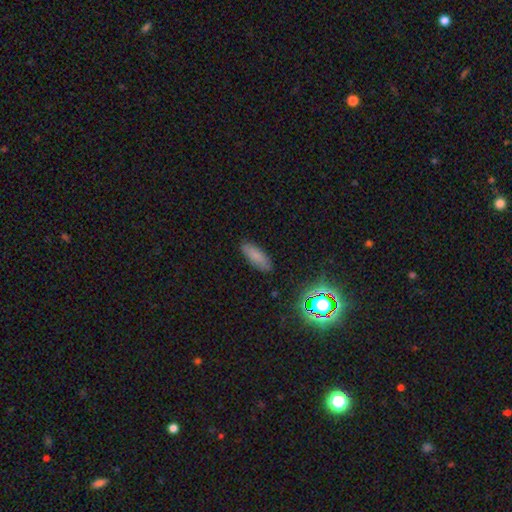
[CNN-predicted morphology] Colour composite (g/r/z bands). It shows a smooth galaxy with no disk features (77%) that is in between round and cigar-shaped (68%). Merging: none (85%).